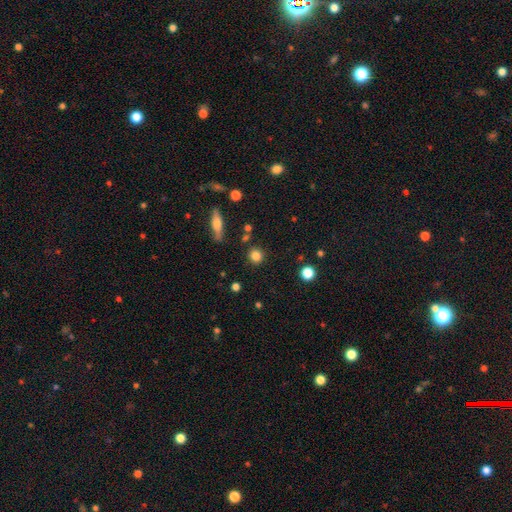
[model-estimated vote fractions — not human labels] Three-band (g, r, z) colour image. It shows a smooth galaxy with no disk features (83%) that is round (90%). Merging: none (87%).